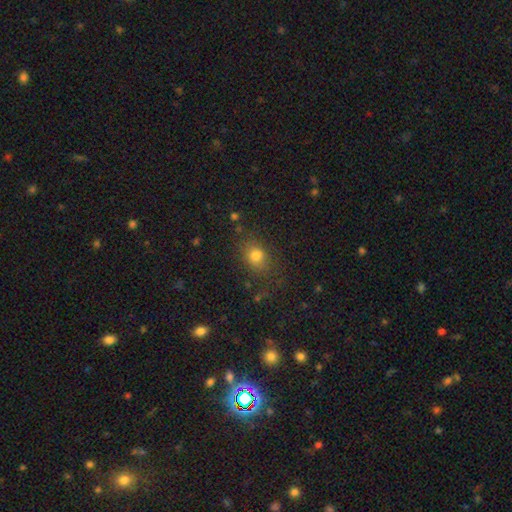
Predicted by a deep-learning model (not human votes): Smooth or featured: smooth — 77% (star or artifact — 14%)
How rounded: in between — 56% (round — 42%)
Merging: none — 71% (minor disturbance — 17%)